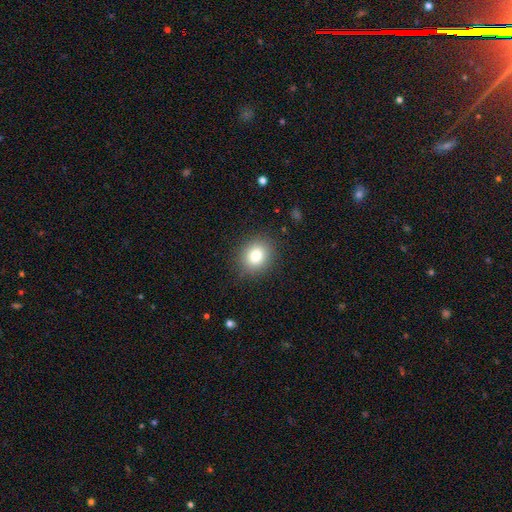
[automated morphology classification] Q: Smooth or featured?
A: smooth (82%); runner-up: star or artifact (10%)
Q: How rounded?
A: round (67%); runner-up: in between (32%)
Q: Merging?
A: none (87%); runner-up: minor disturbance (9%)